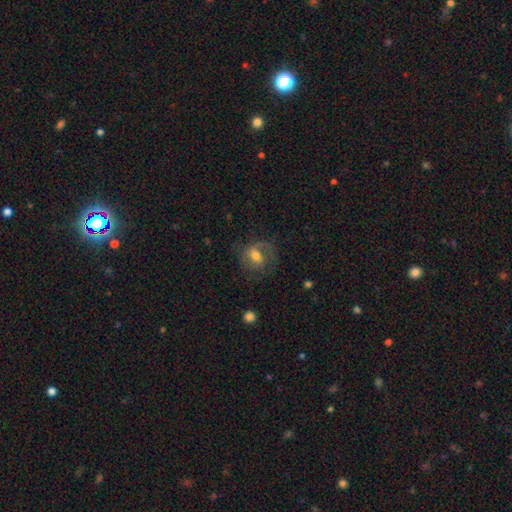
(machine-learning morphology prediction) featured or disk 57%, smooth 34%, star or artifact 9%. Down the decision tree: edge-on disk — no (96%); bar — weak (47%); spiral arms — yes (84%); bulge size — moderate (65%); merging — none (57%).